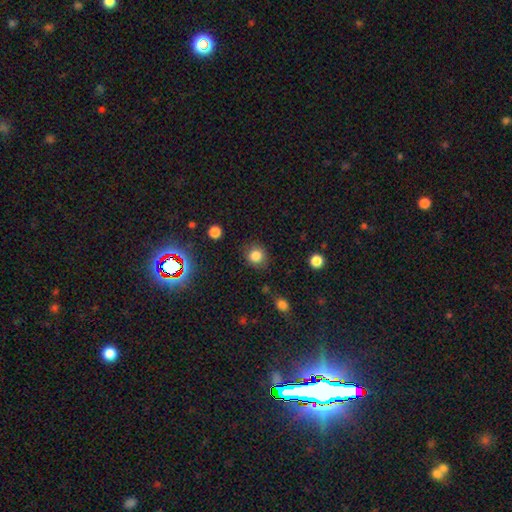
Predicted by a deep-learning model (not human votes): Smooth or featured? Predicted: smooth (p=0.82). How rounded? Predicted: round (p=0.84). Merging? Predicted: none (p=0.83).